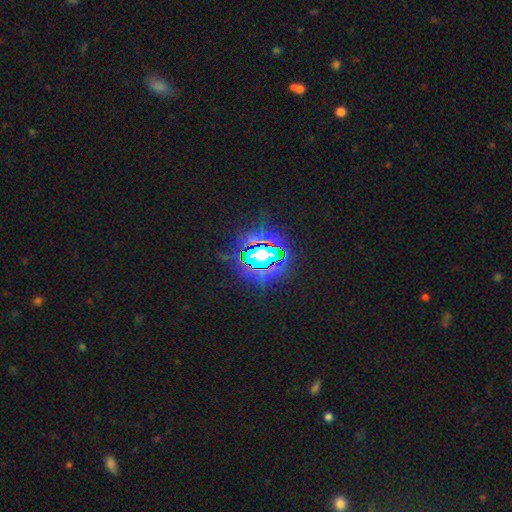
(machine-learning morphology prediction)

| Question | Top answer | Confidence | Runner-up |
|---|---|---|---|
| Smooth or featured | star or artifact | 80% | smooth (12%) |